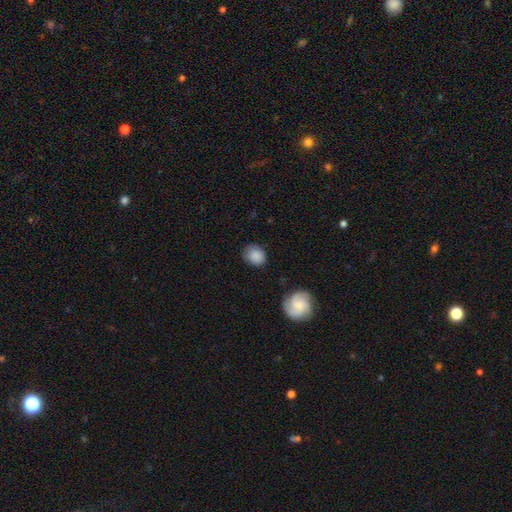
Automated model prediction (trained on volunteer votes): smooth_or_featured: smooth (p=0.81) [alt: featured or disk p=0.12]
how_rounded: round (p=0.63) [alt: in between p=0.36]
merging: none (p=0.75) [alt: minor disturbance p=0.18]